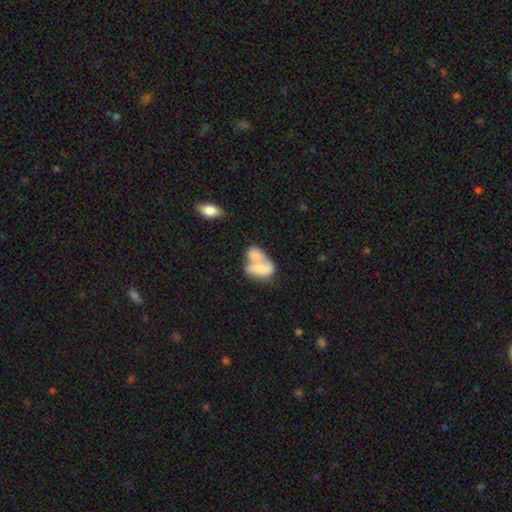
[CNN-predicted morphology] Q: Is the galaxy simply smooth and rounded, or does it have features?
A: smooth — 67%.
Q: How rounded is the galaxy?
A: in between — 86%.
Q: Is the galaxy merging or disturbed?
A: merger — 72%.